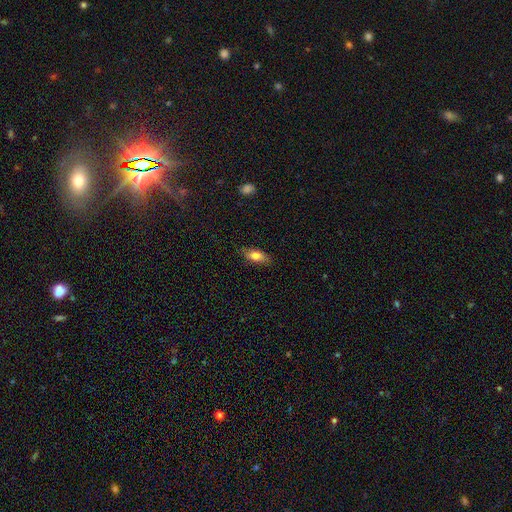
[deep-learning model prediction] This appears to be a smooth galaxy with no disk features (77%) that is in between round and cigar-shaped (81%). Merging: none (81%).